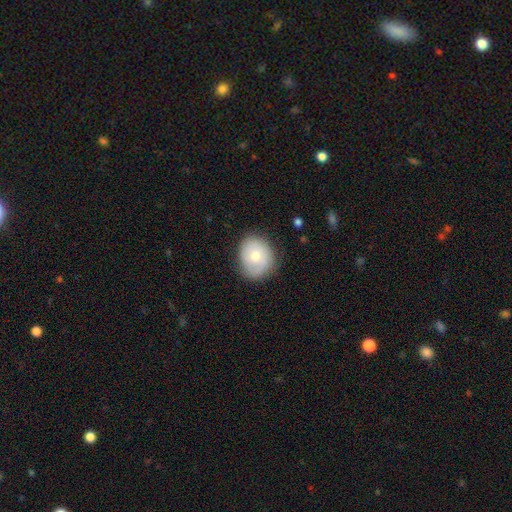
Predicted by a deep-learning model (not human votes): smooth_or_featured: smooth (p=0.60) [alt: featured or disk p=0.33]
how_rounded: round (p=0.57) [alt: in between p=0.42]
merging: none (p=0.75) [alt: minor disturbance p=0.19]